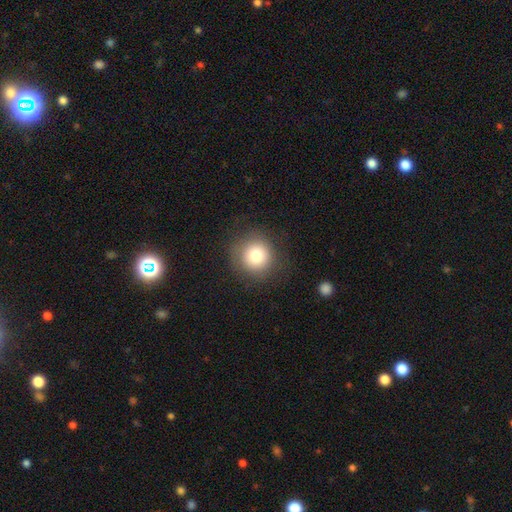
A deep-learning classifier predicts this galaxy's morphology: Smooth or featured? Predicted: smooth (p=0.79). How rounded? Predicted: round (p=0.94). Merging? Predicted: none (p=0.85).